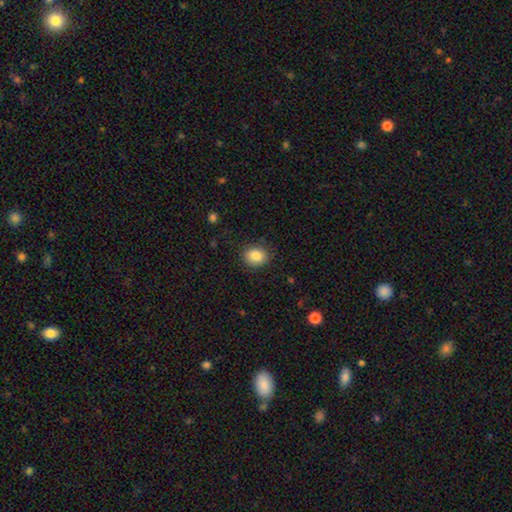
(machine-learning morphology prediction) Overall: smooth (84%). How rounded: round (72%). Merging: none (86%).